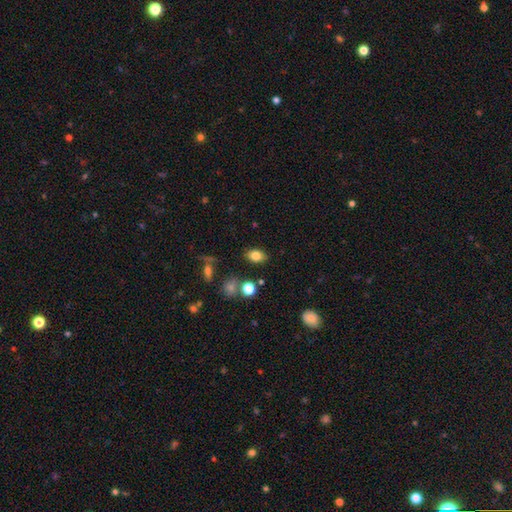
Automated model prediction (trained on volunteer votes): This is clearly a smooth galaxy (82%). How rounded: likely in between (79%). Merging: clearly none (82%).